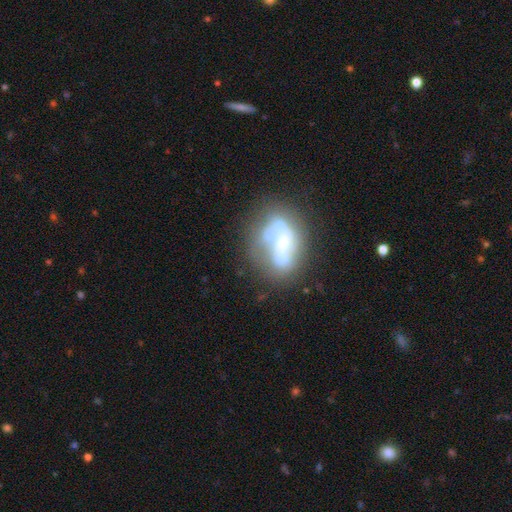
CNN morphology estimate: featured or disk 70%, smooth 20%, star or artifact 10%. Down the decision tree: edge-on disk — no (96%); bar — no (44%); spiral arms — yes (59%); bulge size — small (37%); merging — none (45%).